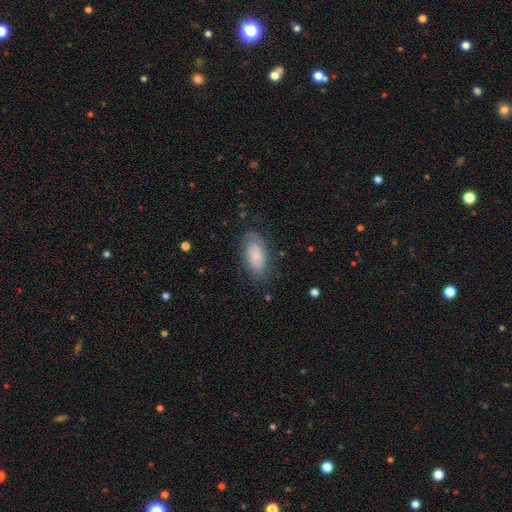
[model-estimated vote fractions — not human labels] Smooth or featured?
  - smooth: 57% *
  - featured or disk: 35%
  - star or artifact: 8%
How rounded?
  - in between: 91% *
  - cigar-shaped: 5%
  - round: 4%
Merging?
  - none: 71% *
  - minor disturbance: 20%
  - major disturbance: 8%
  - merger: 1%